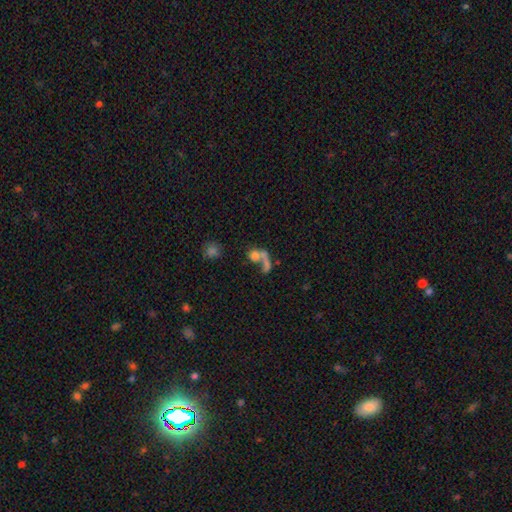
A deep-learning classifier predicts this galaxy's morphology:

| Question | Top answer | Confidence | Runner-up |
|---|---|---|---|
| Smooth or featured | smooth | 62% | featured or disk (25%) |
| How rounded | round | 63% | in between (31%) |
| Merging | merger | 48% | none (26%) |